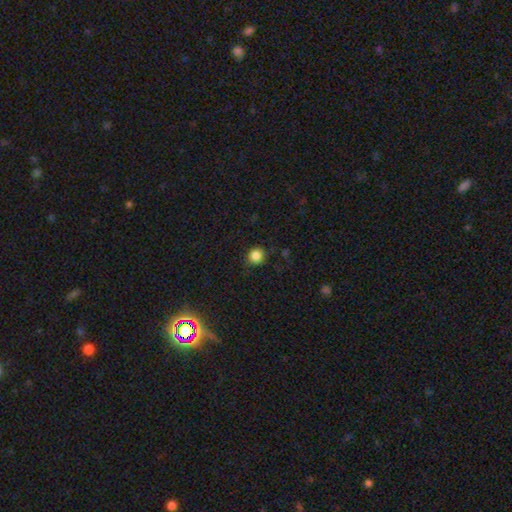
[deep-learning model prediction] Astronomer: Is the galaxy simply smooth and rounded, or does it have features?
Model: smooth — 85%.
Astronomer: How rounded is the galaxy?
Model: round — 90%.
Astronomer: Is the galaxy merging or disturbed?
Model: none — 85%.